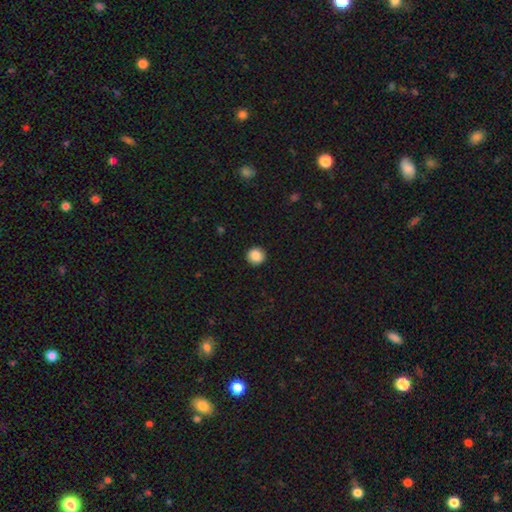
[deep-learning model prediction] Smooth or featured?
  - smooth: 88% *
  - star or artifact: 8%
  - featured or disk: 3%
How rounded?
  - round: 94% *
  - in between: 6%
  - cigar-shaped: 1%
Merging?
  - none: 91% *
  - minor disturbance: 6%
  - major disturbance: 2%
  - merger: 1%